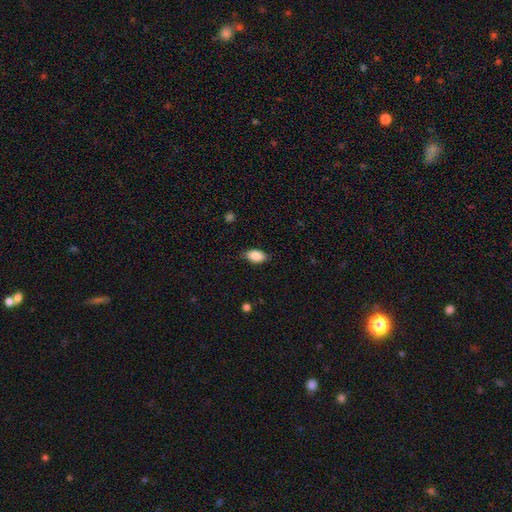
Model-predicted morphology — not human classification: Smooth or featured: smooth — 87% (star or artifact — 7%)
How rounded: in between — 91% (round — 7%)
Merging: none — 80% (minor disturbance — 16%)